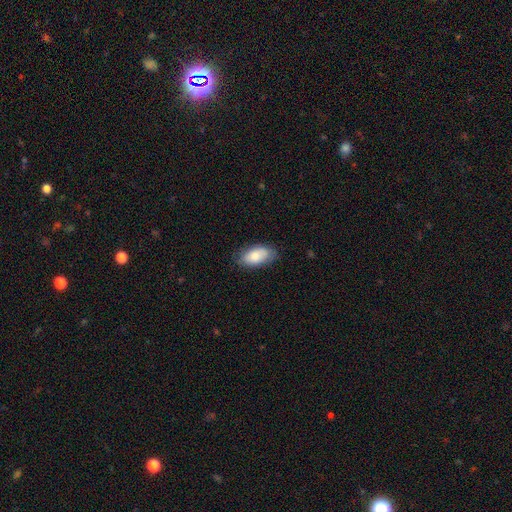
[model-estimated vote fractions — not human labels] Smooth or featured?
  - smooth: 80% *
  - featured or disk: 14%
  - star or artifact: 6%
How rounded?
  - in between: 94% *
  - cigar-shaped: 3%
  - round: 3%
Merging?
  - none: 76% *
  - minor disturbance: 19%
  - major disturbance: 4%
  - merger: 1%